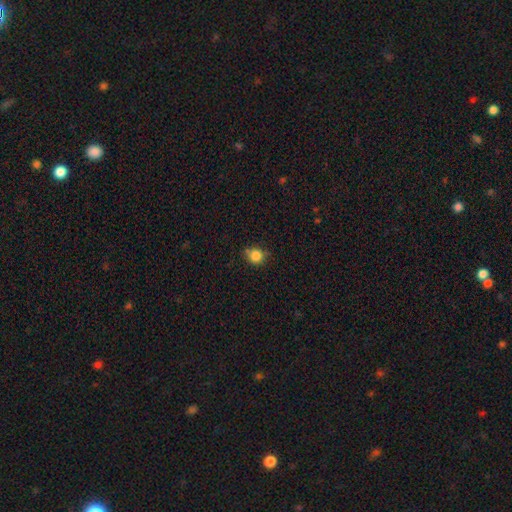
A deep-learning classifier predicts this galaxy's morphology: The model was most divided on "merging": none: 70%, minor disturbance: 21%, major disturbance: 4%, merger: 4%. More confident: smooth or featured — smooth (83%); how rounded — round (83%).